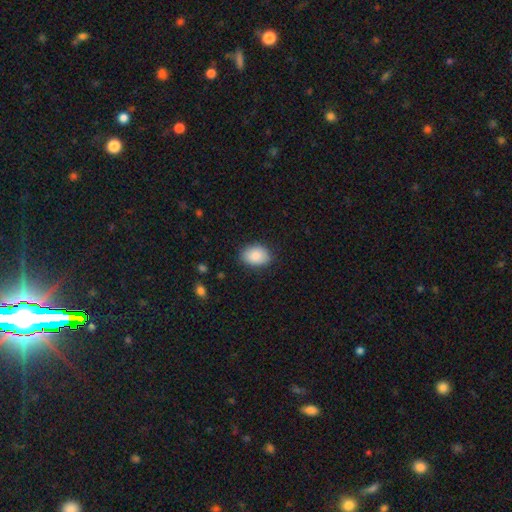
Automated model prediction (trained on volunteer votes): Morphology: type=smooth (88%); roundness=in between (79%); merging=none (83%).